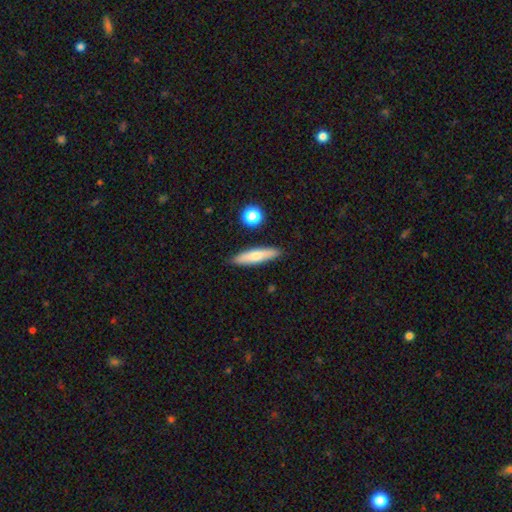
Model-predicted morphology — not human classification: Smooth or featured?
  - smooth: 67% *
  - featured or disk: 26%
  - star or artifact: 7%
How rounded?
  - cigar-shaped: 76% *
  - in between: 21%
  - round: 2%
Merging?
  - none: 88% *
  - minor disturbance: 8%
  - merger: 2%
  - major disturbance: 2%